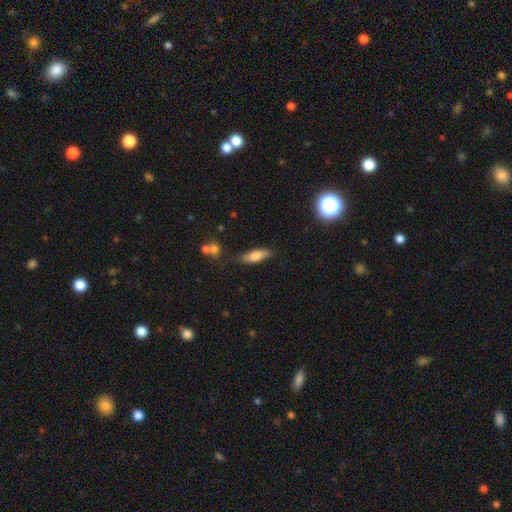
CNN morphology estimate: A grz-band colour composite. It shows a smooth galaxy with no disk features (71%) that is in between round and cigar-shaped (57%). Merging: none (75%).